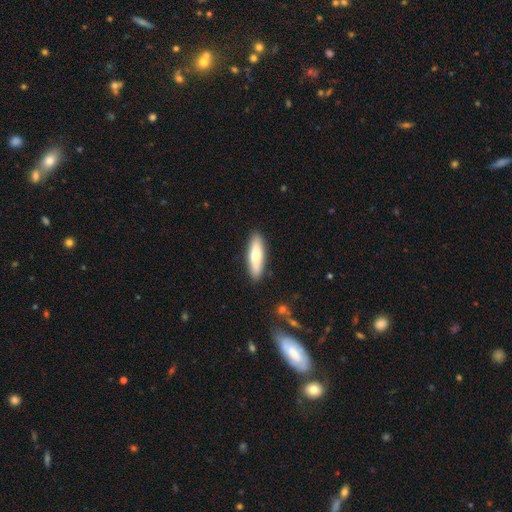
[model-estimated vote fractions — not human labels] Morphology: type=smooth (67%); roundness=cigar-shaped (63%); merging=none (89%).